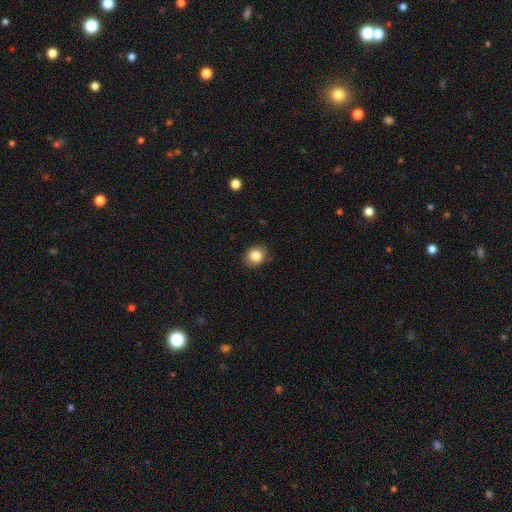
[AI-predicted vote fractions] smooth-or-featured: smooth: 85% | star or artifact: 10% | featured or disk: 5%
  how-rounded: round: 69% | in between: 30% | cigar-shaped: 1%
  merging: none: 87% | minor disturbance: 10% | major disturbance: 2% | merger: 1%